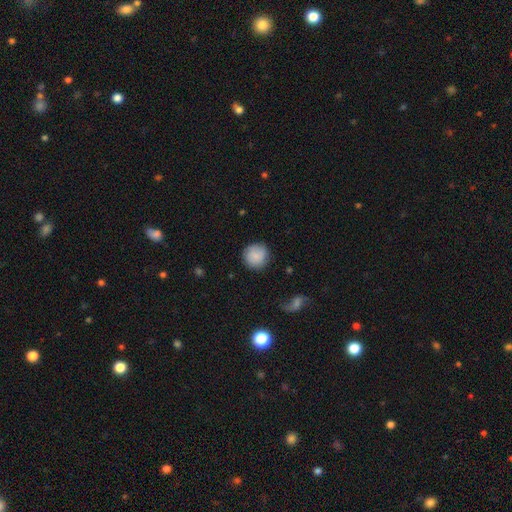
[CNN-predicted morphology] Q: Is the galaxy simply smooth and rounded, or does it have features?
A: smooth — 84%.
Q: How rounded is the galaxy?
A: round — 93%.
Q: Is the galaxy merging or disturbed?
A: none — 85%.